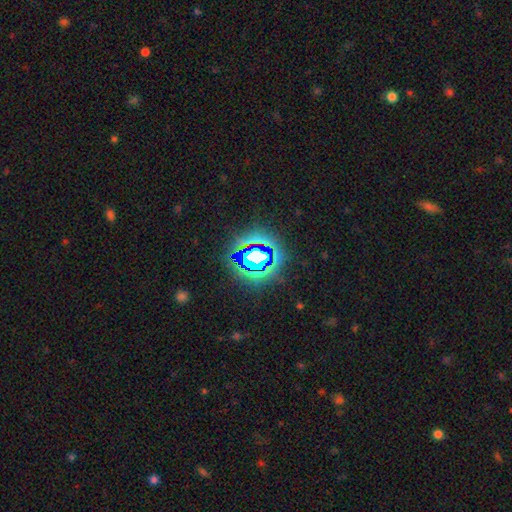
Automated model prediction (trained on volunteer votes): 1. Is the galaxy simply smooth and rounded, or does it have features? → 73% star or artifact, 15% smooth, 12% featured or disk.